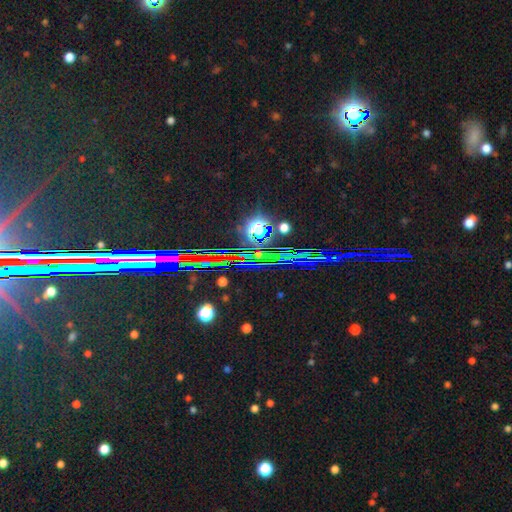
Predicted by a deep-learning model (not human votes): Smooth or featured?
  - star or artifact: 81% *
  - featured or disk: 11%
  - smooth: 8%